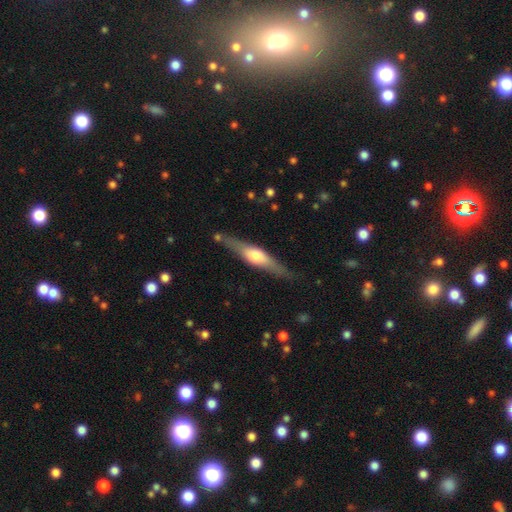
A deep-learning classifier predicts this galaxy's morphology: This appears to be a featured or disk galaxy (64%) viewed edge-on (94%) with a rounded central bulge (86%). Merging: none (82%).